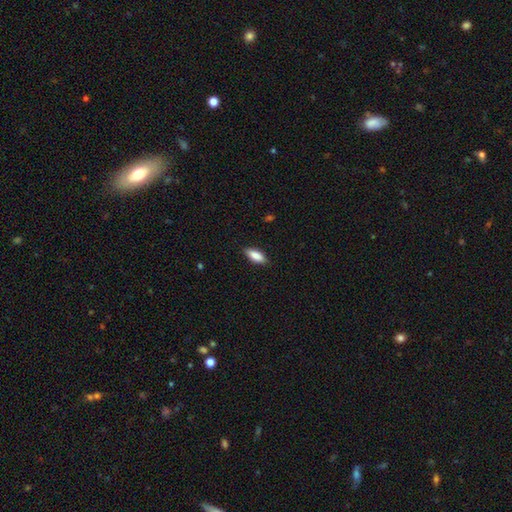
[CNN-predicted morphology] The model was most divided on "how rounded": in between: 77%, cigar-shaped: 21%, round: 2%. More confident: smooth or featured — smooth (86%); merging — none (86%).